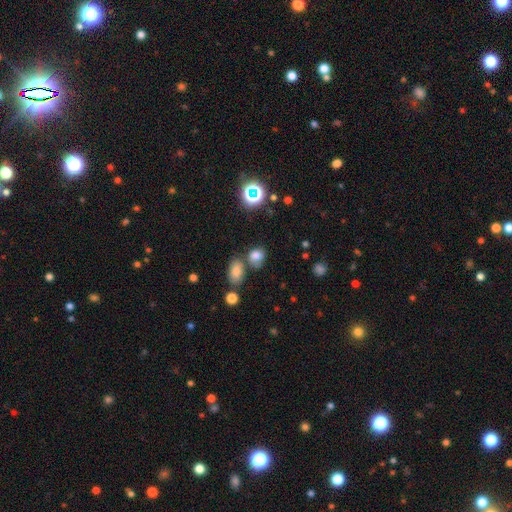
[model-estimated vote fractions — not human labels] Smooth or featured: smooth — 74% (star or artifact — 18%)
How rounded: round — 52% (in between — 46%)
Merging: none — 58% (merger — 21%)